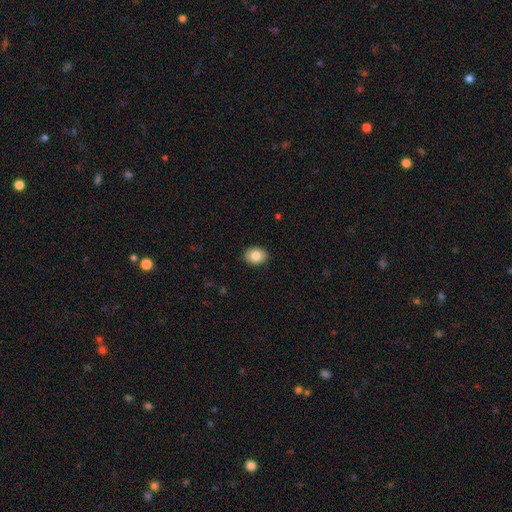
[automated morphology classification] Smooth or featured? Predicted: smooth (p=0.84). How rounded? Predicted: in between (p=0.60). Merging? Predicted: none (p=0.90).